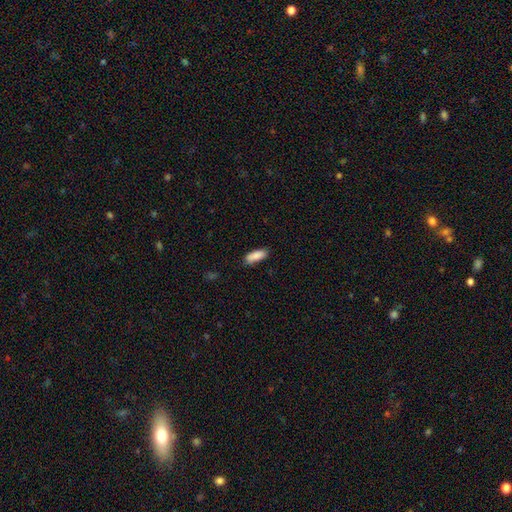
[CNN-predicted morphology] type=smooth (88%); roundness=in between (72%); merging=none (79%).